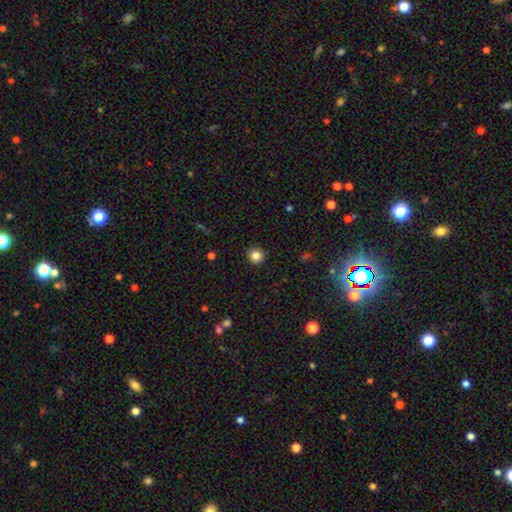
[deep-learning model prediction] A smooth galaxy with no disk features (84%) that is round (95%).

Vote fractions:
- Smooth or featured? smooth: 84% / star or artifact: 11% / featured or disk: 5%
- How rounded? round: 95% / in between: 4% / cigar-shaped: 1%
- Merging? none: 93% / minor disturbance: 5% / major disturbance: 2% / merger: 1%